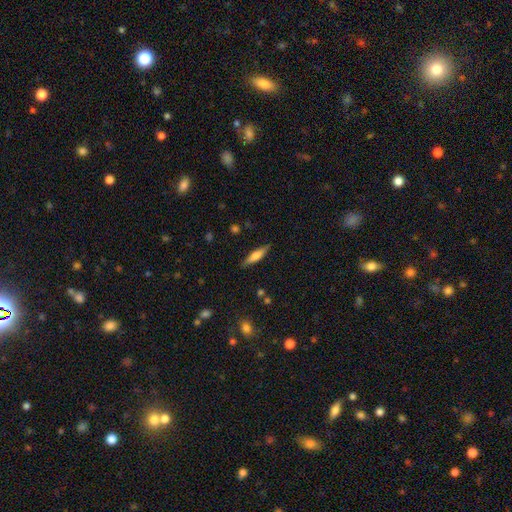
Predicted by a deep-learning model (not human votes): Overall: smooth (55%; featured or disk 39%). How rounded: cigar-shaped (74%). Merging: none (85%).